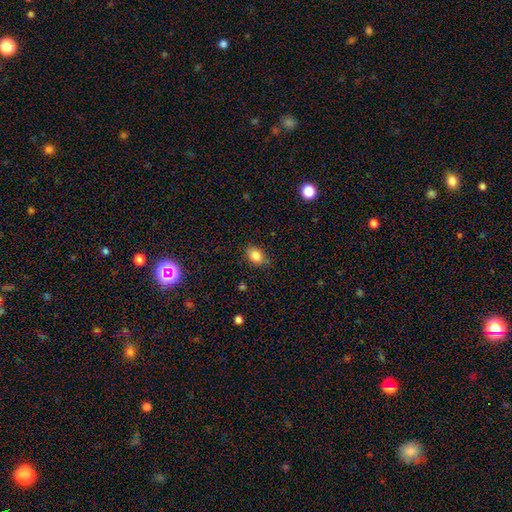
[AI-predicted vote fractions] Smooth or featured?
  - smooth: 84% *
  - star or artifact: 10%
  - featured or disk: 6%
How rounded?
  - in between: 66% *
  - round: 33%
  - cigar-shaped: 1%
Merging?
  - none: 78% *
  - minor disturbance: 17%
  - major disturbance: 3%
  - merger: 2%